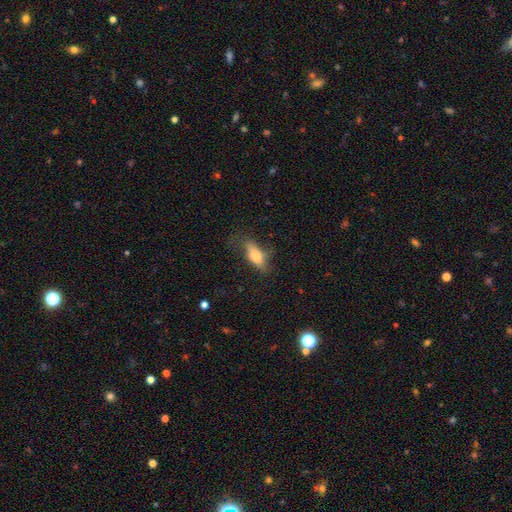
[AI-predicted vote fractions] Smooth or featured?
  - smooth: 74% *
  - featured or disk: 19%
  - star or artifact: 7%
How rounded?
  - in between: 68% *
  - cigar-shaped: 28%
  - round: 3%
Merging?
  - none: 60% *
  - minor disturbance: 26%
  - major disturbance: 13%
  - merger: 2%